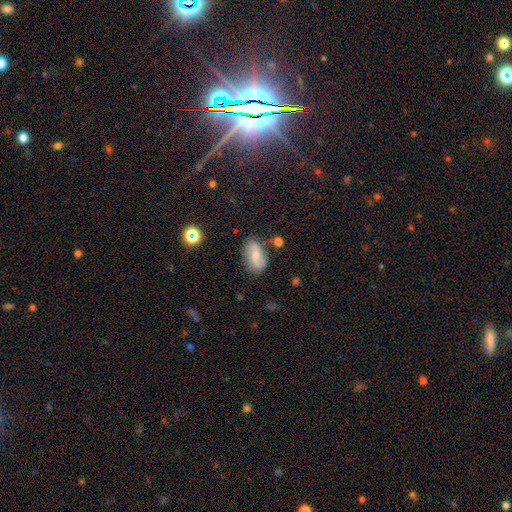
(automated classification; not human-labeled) This is possibly a featured or disk galaxy (53%). It is clearly not viewed edge-on (96%). Bar: possibly no (52%). Spiral arm pattern: clearly yes (88%). Central bulge: possibly small (50%). Merging: likely none (73%).